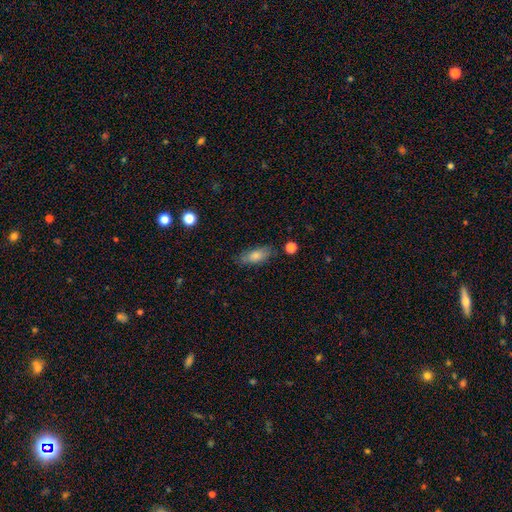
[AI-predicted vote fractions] Smooth or featured: smooth — 79% (featured or disk — 13%)
How rounded: in between — 78% (cigar-shaped — 19%)
Merging: none — 77% (minor disturbance — 16%)